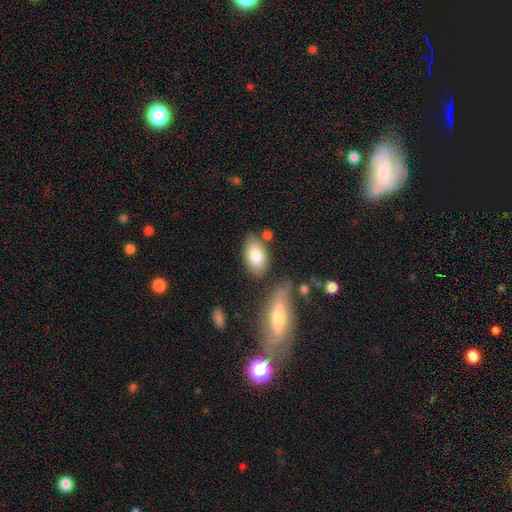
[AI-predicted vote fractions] Morphology: type=smooth (82%); roundness=in between (93%); merging=none (74%).